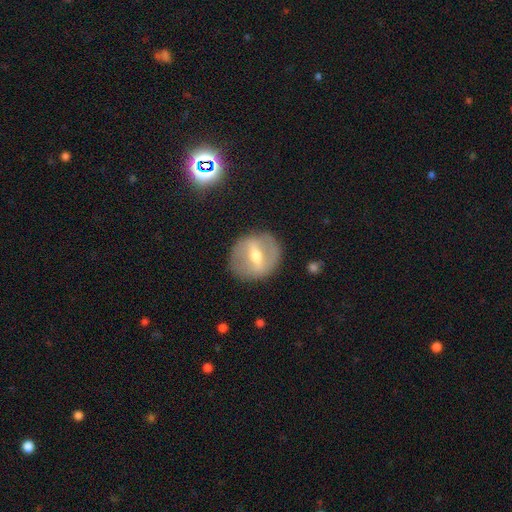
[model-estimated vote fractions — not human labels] A featured or disk galaxy (64%) with a strong bar (59%), no spiral arms (76%) and a moderate central bulge (70%). Merging: none (85%).